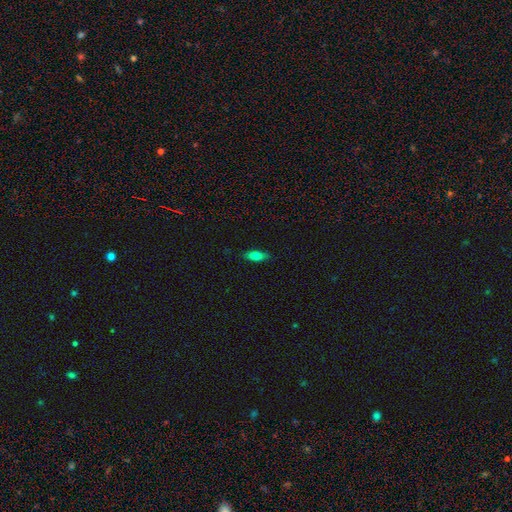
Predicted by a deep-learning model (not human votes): Smooth or featured?
  - smooth: 74% *
  - featured or disk: 18%
  - star or artifact: 8%
How rounded?
  - in between: 66% *
  - cigar-shaped: 31%
  - round: 3%
Merging?
  - none: 86% *
  - minor disturbance: 11%
  - major disturbance: 2%
  - merger: 1%